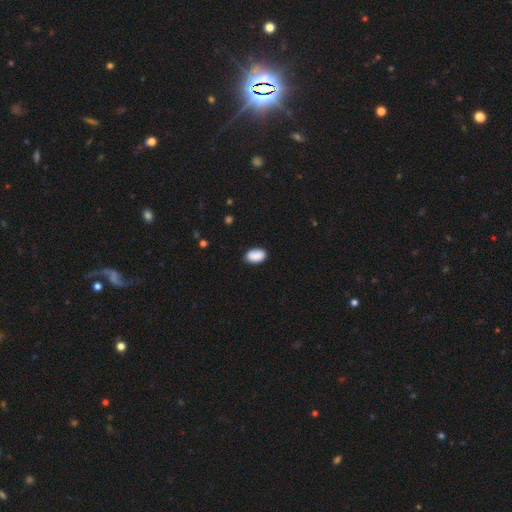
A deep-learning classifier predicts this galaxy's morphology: Overall: smooth (90%). How rounded: in between (92%). Merging: none (85%).